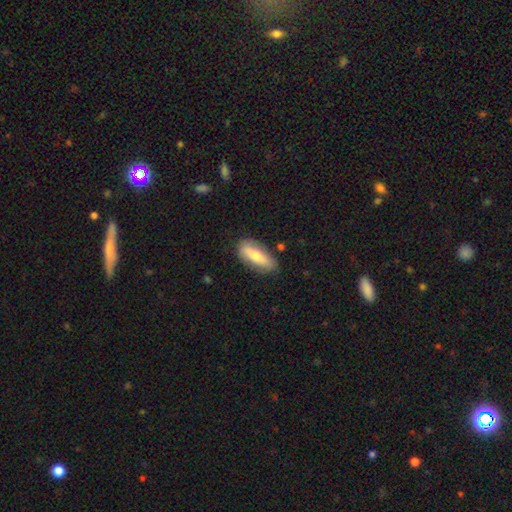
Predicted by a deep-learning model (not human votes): smooth 66%, featured or disk 28%, star or artifact 6%. Down the decision tree: how rounded — in between (67%); merging — none (80%).